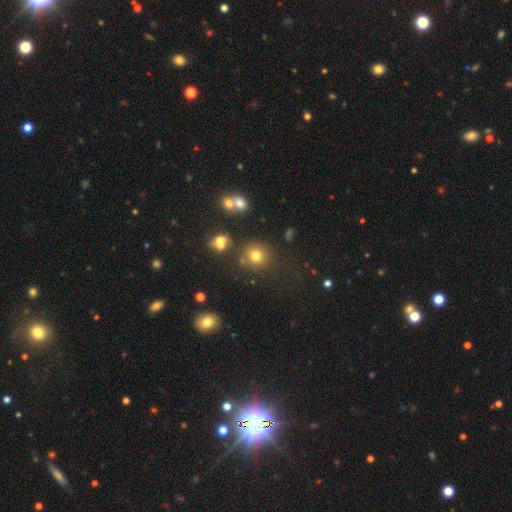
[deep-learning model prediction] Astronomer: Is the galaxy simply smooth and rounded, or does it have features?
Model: smooth — 73%.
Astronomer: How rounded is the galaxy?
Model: round — 89%.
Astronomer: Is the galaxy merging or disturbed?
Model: none — 77%.